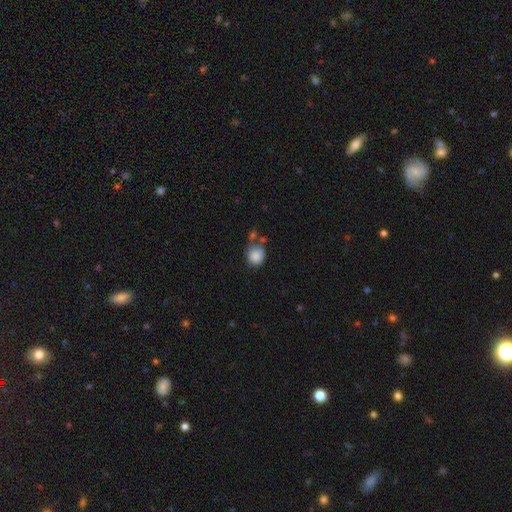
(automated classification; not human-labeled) Morphology: type=smooth (85%); roundness=round (80%); merging=none (50%).